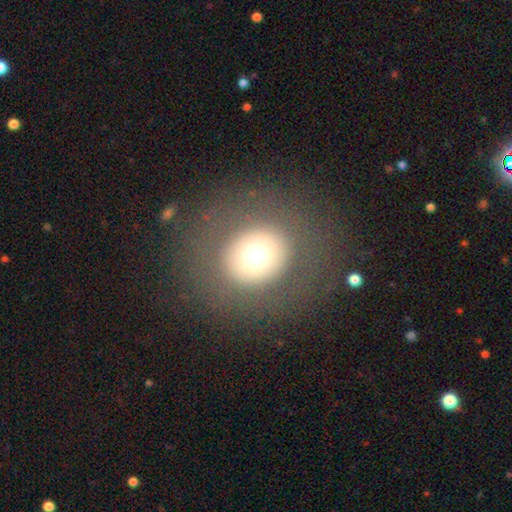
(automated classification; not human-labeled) Overall: smooth (66%). How rounded: round (85%). Merging: none (84%).